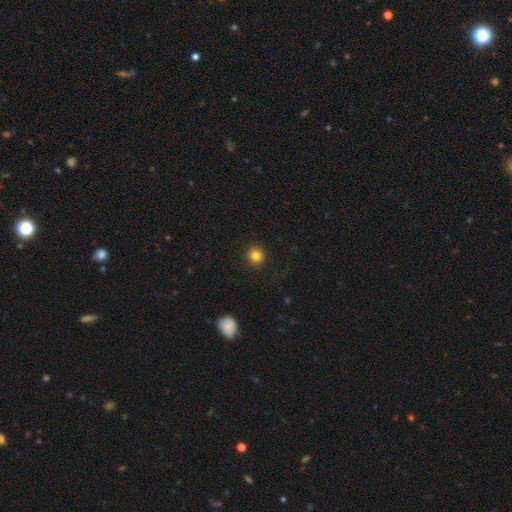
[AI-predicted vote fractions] A smooth galaxy with no disk features (83%) that is round (93%). Merging: none (92%).